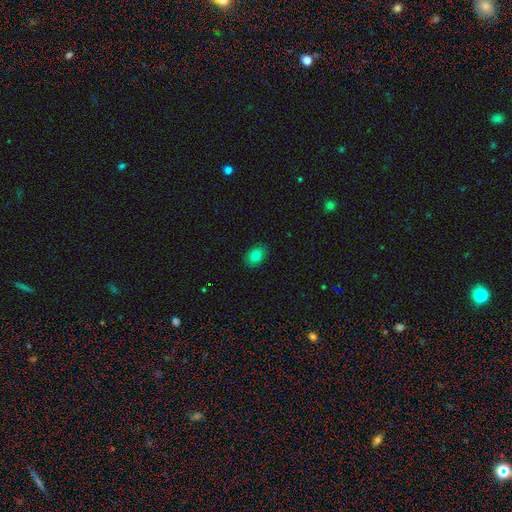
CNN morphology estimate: Smooth or featured?
  - smooth: 79% *
  - star or artifact: 11%
  - featured or disk: 10%
How rounded?
  - in between: 70% *
  - round: 29%
  - cigar-shaped: 1%
Merging?
  - none: 88% *
  - minor disturbance: 10%
  - major disturbance: 2%
  - merger: 1%